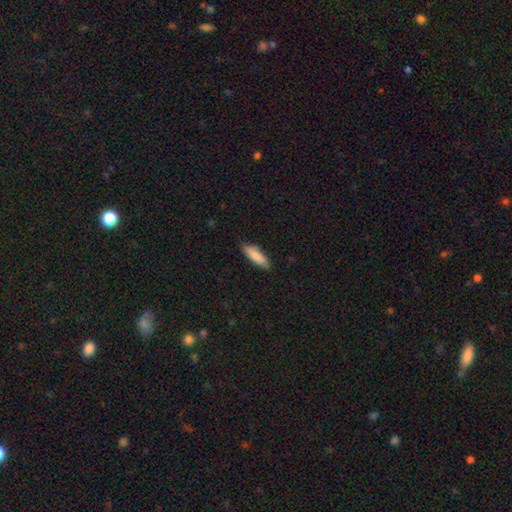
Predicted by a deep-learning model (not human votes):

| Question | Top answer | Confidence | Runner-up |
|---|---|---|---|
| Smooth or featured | smooth | 85% | featured or disk (9%) |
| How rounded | cigar-shaped | 53% | in between (45%) |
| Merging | none | 85% | minor disturbance (12%) |